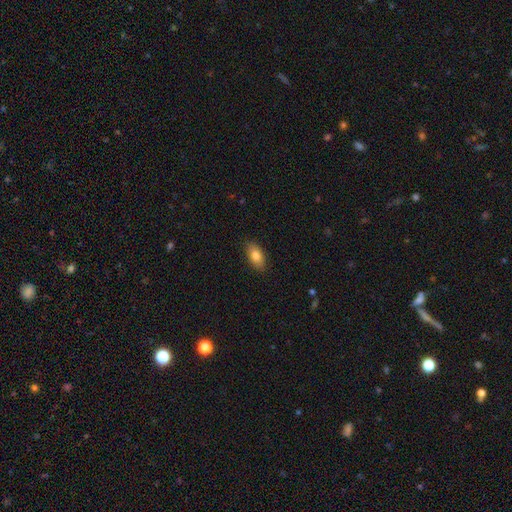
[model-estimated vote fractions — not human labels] The model was most divided on "smooth or featured": smooth: 82%, featured or disk: 11%, star or artifact: 7%. More confident: how rounded — in between (89%); merging — none (87%).